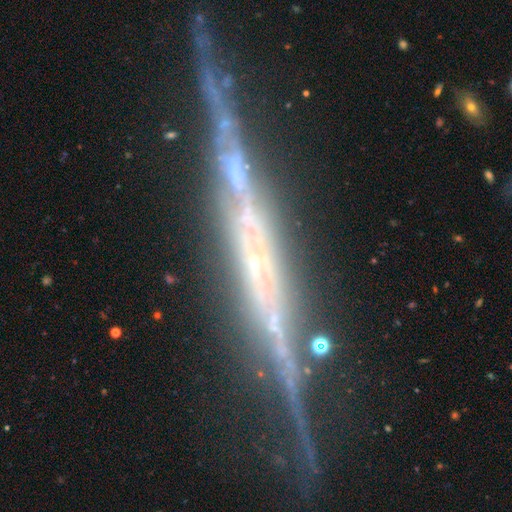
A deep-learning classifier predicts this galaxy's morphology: smooth_or_featured: featured or disk (p=0.81) [alt: star or artifact p=0.12]
disk_edge_on: yes (p=0.94) [alt: no p=0.06]
edge_on_bulge: none (p=0.63) [alt: rounded p=0.22]
merging: none (p=0.74) [alt: minor disturbance p=0.16]